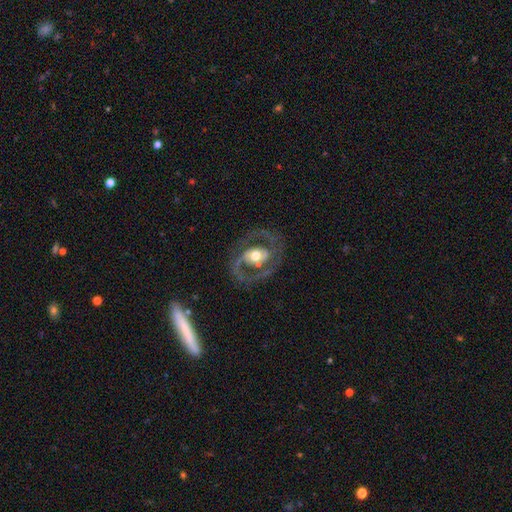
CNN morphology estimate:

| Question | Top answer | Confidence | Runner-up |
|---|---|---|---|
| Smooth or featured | featured or disk | 82% | smooth (13%) |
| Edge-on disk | no | 96% | yes (4%) |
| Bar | no | 51% | weak (31%) |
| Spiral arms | yes | 75% | no (25%) |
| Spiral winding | medium | 51% | tight (29%) |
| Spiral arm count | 2 | 85% | can't tell (6%) |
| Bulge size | moderate | 64% | large (26%) |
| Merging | none | 74% | minor disturbance (14%) |